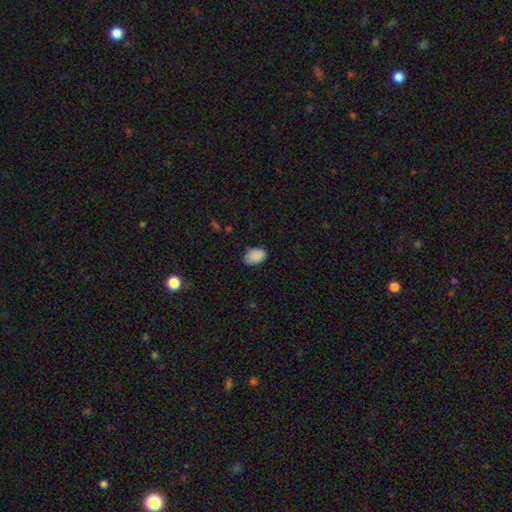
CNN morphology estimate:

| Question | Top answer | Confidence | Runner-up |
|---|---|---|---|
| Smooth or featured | smooth | 88% | star or artifact (8%) |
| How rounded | in between | 87% | round (12%) |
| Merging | none | 73% | minor disturbance (22%) |